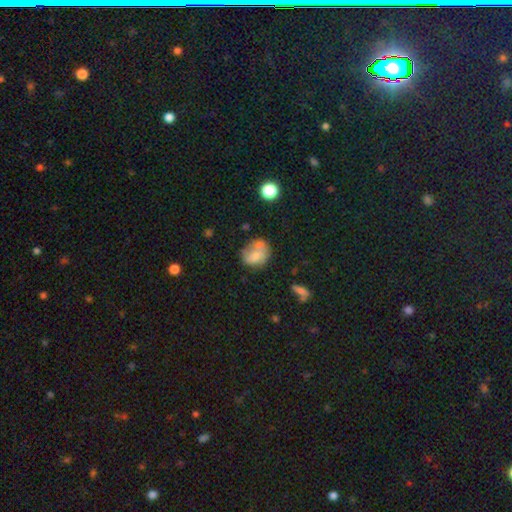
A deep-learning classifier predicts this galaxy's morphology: type=smooth (61%); roundness=round (56%); merging=none (39%).